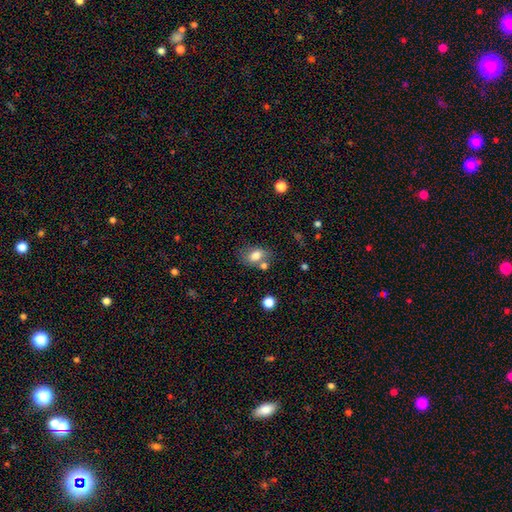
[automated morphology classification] Overall: smooth (77%). How rounded: in between (78%). Merging: none (54%; merger 21%).